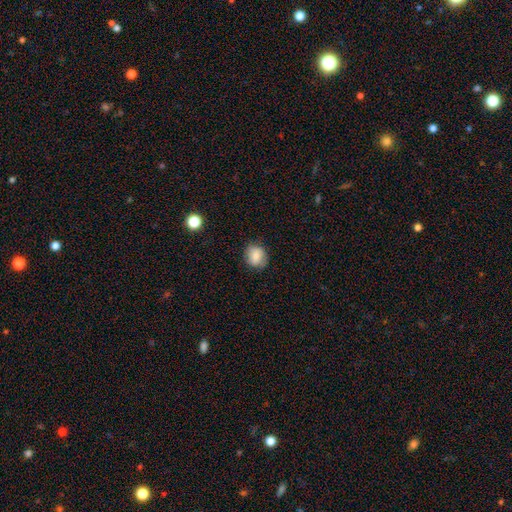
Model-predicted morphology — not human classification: Q: Smooth or featured?
A: smooth (80%); runner-up: featured or disk (11%)
Q: How rounded?
A: round (68%); runner-up: in between (31%)
Q: Merging?
A: none (81%); runner-up: minor disturbance (14%)